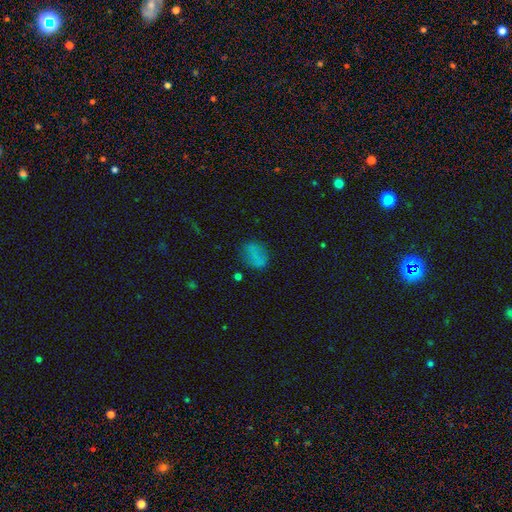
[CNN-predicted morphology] smooth_or_featured: smooth (p=0.71) [alt: star or artifact p=0.18]
how_rounded: in between (p=0.72) [alt: round p=0.26]
merging: none (p=0.71) [alt: minor disturbance p=0.18]